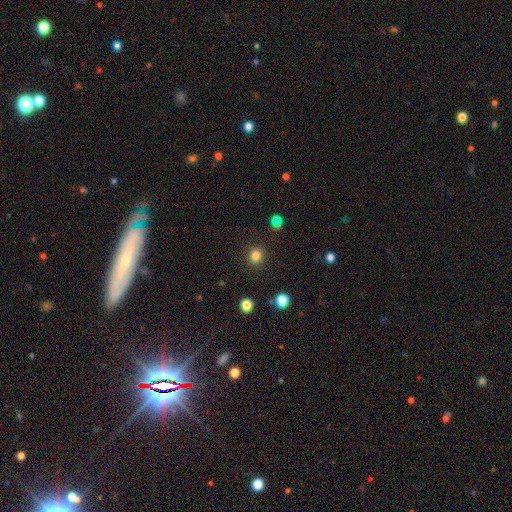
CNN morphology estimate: A smooth galaxy with no disk features (82%) that is round (84%).

Vote fractions:
- Smooth or featured? smooth: 82% / star or artifact: 14% / featured or disk: 5%
- How rounded? round: 84% / in between: 15% / cigar-shaped: 1%
- Merging? none: 90% / minor disturbance: 6% / major disturbance: 2% / merger: 2%